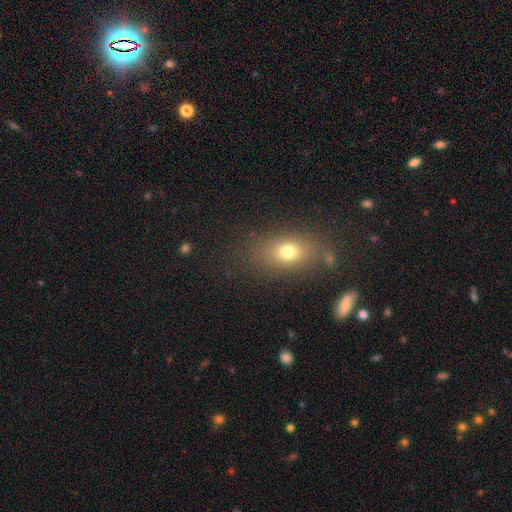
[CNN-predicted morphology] smooth_or_featured: smooth (p=0.67) [alt: star or artifact p=0.19]
how_rounded: in between (p=0.71) [alt: round p=0.23]
merging: none (p=0.79) [alt: minor disturbance p=0.12]